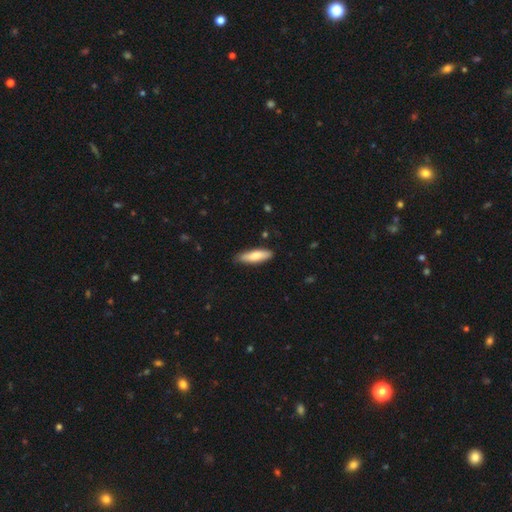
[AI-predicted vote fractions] smooth-or-featured: smooth: 78% | featured or disk: 17% | star or artifact: 5%
  how-rounded: cigar-shaped: 57% | in between: 42% | round: 2%
  merging: none: 85% | minor disturbance: 12% | major disturbance: 2% | merger: 1%